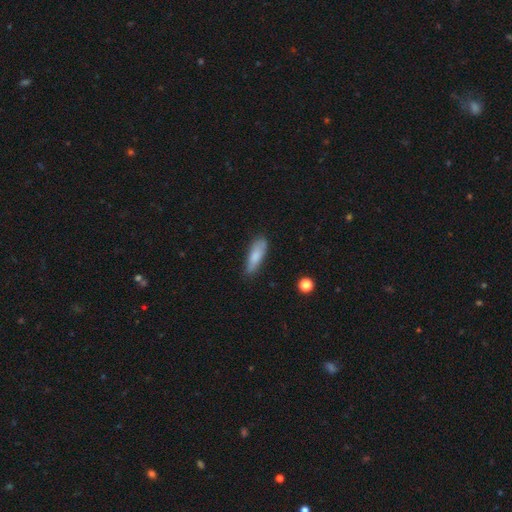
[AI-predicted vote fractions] Overall: smooth (79%). How rounded: in between (53%; cigar-shaped 45%). Merging: none (65%; minor disturbance 27%).